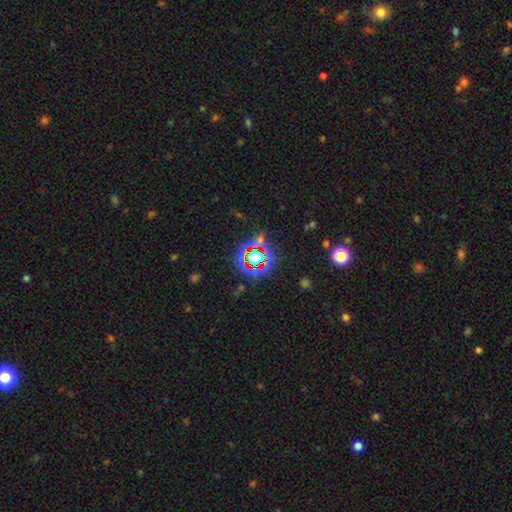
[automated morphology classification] star or artifact 76%, smooth 15%, featured or disk 9%.